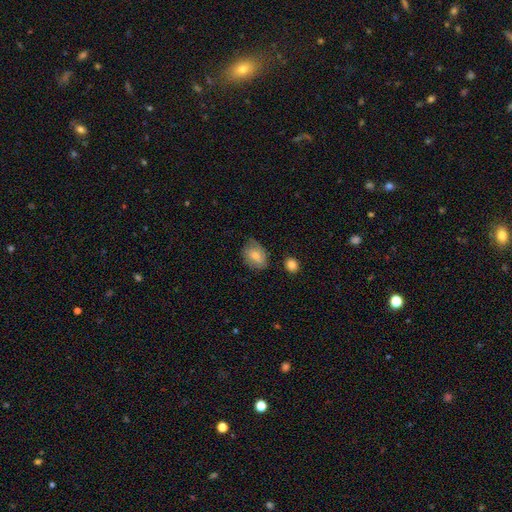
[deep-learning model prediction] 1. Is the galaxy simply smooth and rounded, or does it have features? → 72% smooth, 21% featured or disk, 7% star or artifact.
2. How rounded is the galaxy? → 72% in between, 26% round, 1% cigar-shaped.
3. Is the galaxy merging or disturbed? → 68% none, 24% minor disturbance, 6% major disturbance, 2% merger.